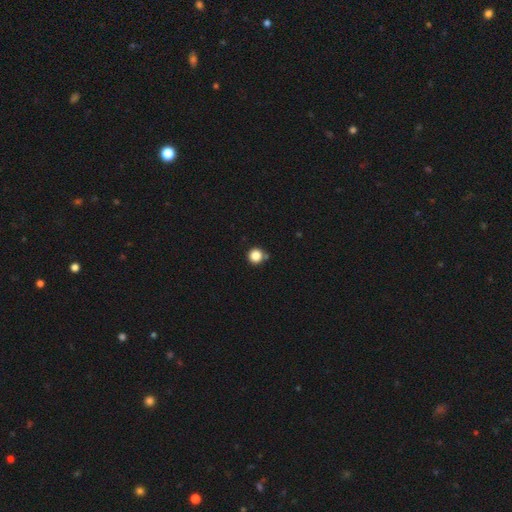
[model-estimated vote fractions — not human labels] This appears to be a smooth galaxy with no disk features (85%) that is round (96%). Merging: none (84%).